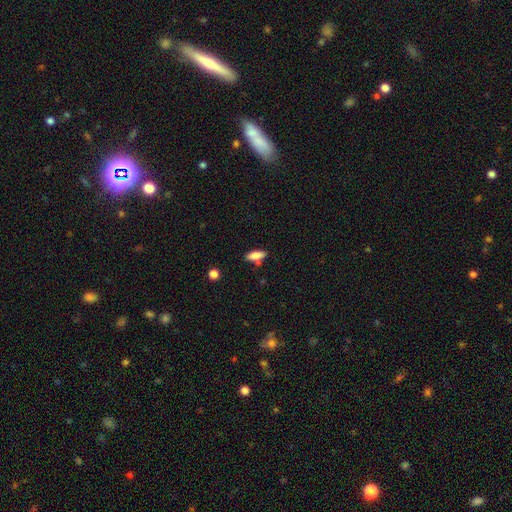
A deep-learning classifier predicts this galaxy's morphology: The model was most divided on "how rounded": in between: 66%, cigar-shaped: 32%, round: 2%. More confident: smooth or featured — smooth (80%); merging — none (73%).